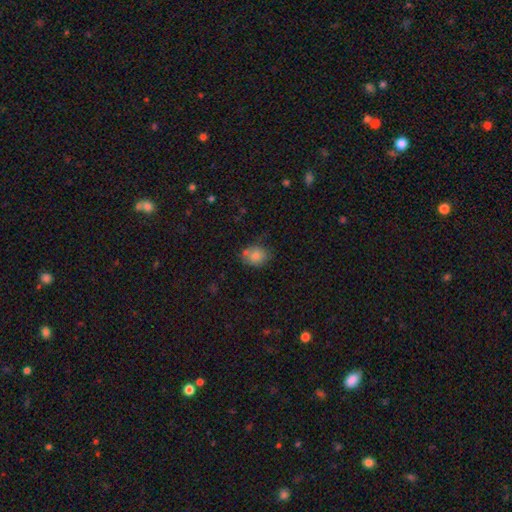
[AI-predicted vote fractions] A smooth galaxy with no disk features (80%) that is round (54%).

Vote fractions:
- Smooth or featured? smooth: 80% / star or artifact: 10% / featured or disk: 10%
- How rounded? round: 54% / in between: 45% / cigar-shaped: 1%
- Merging? none: 61% / minor disturbance: 20% / merger: 14% / major disturbance: 5%